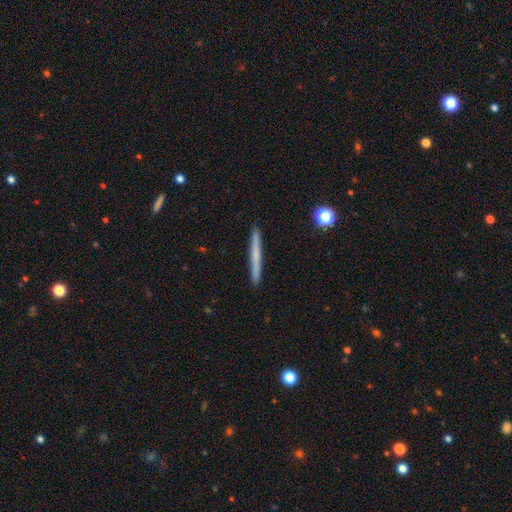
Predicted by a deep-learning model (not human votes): Smooth or featured? smooth (59%)
How rounded? cigar-shaped (97%)
Merging? none (92%)